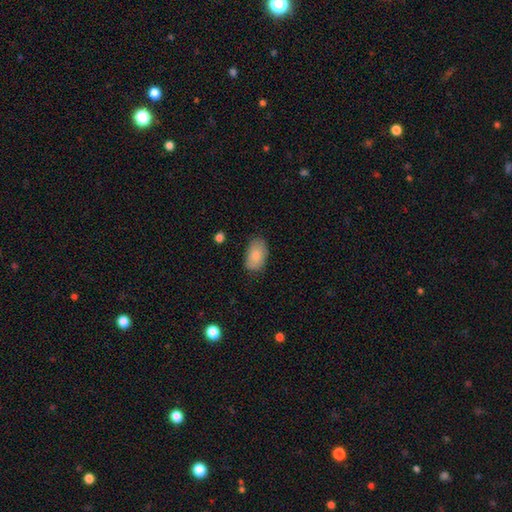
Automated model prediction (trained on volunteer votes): Smooth or featured? smooth (82%)
How rounded? in between (91%)
Merging? none (77%)